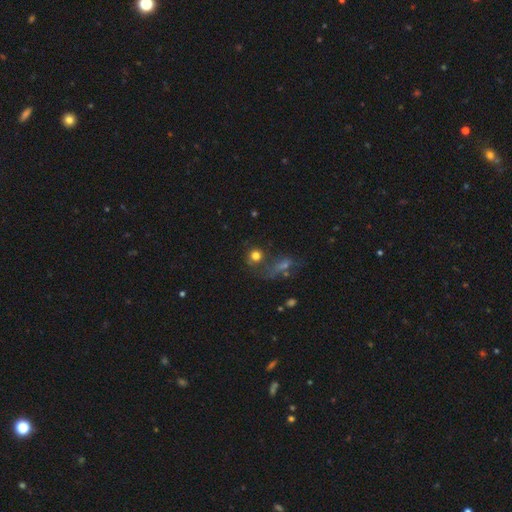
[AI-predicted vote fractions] Smooth or featured: smooth — 74% (star or artifact — 16%)
How rounded: round — 86% (in between — 13%)
Merging: none — 59% (merger — 16%)